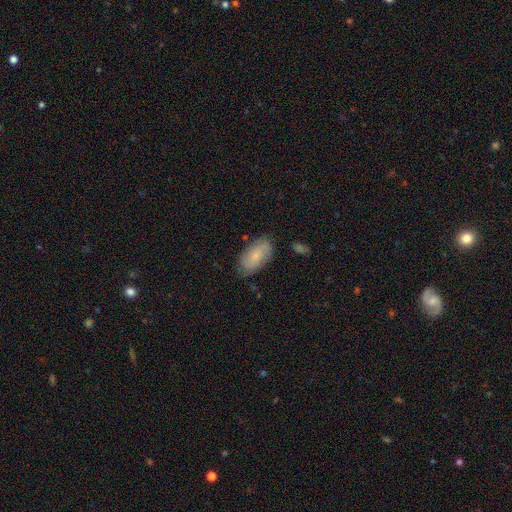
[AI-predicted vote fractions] Overall: smooth (58%; featured or disk 34%). How rounded: in between (93%). Merging: none (77%).